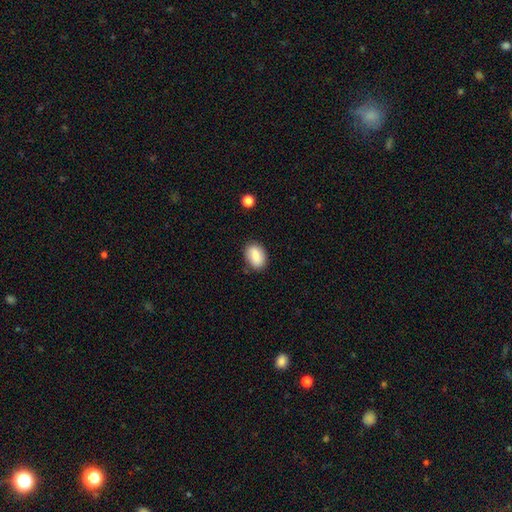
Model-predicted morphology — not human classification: This is likely a smooth galaxy (78%). How rounded: likely in between (79%). Merging: clearly none (80%).